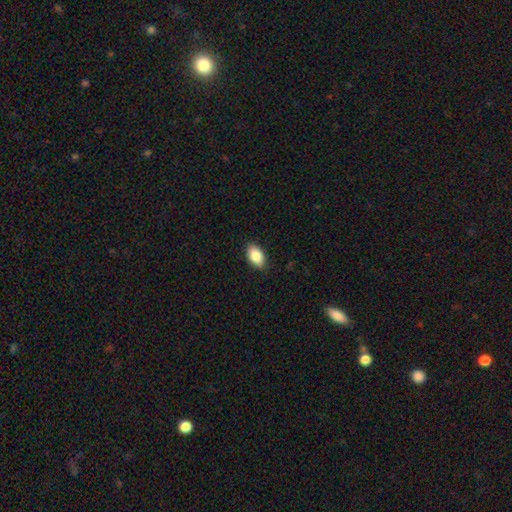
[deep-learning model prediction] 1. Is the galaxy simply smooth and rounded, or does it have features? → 86% smooth, 7% star or artifact, 7% featured or disk.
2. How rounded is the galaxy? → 92% in between, 6% round, 2% cigar-shaped.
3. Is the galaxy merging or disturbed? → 87% none, 10% minor disturbance, 2% major disturbance, 1% merger.